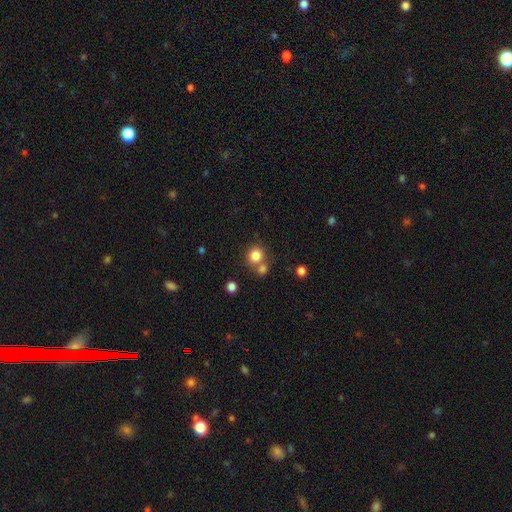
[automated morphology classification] smooth-or-featured: smooth: 82% | star or artifact: 12% | featured or disk: 6%
  how-rounded: round: 84% | in between: 15% | cigar-shaped: 1%
  merging: none: 61% | merger: 27% | minor disturbance: 9% | major disturbance: 4%